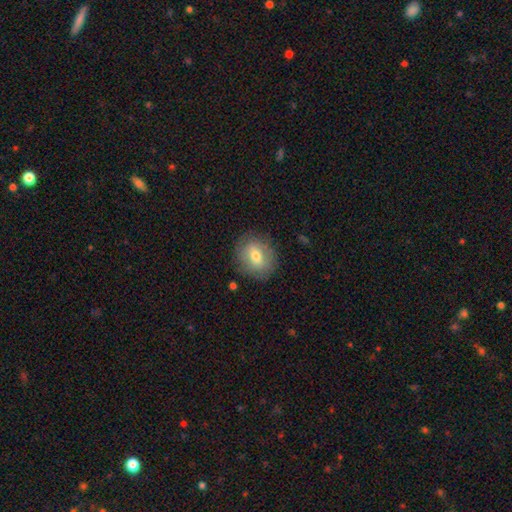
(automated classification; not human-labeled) A smooth galaxy with no disk features (65%) that is round (64%). Merging: none (82%).